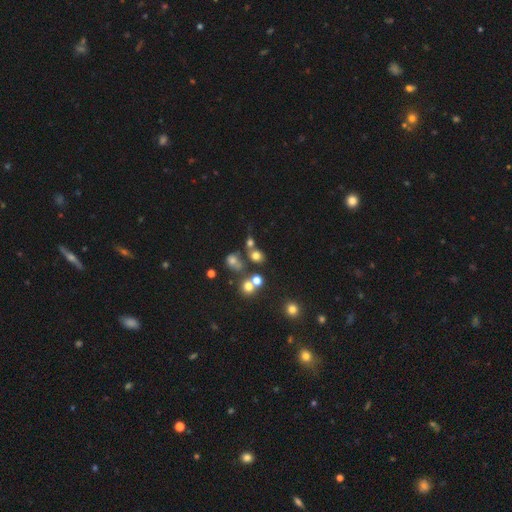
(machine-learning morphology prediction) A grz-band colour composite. It shows a smooth galaxy with no disk features (67%) that is round (72%). Merging: none (55%).